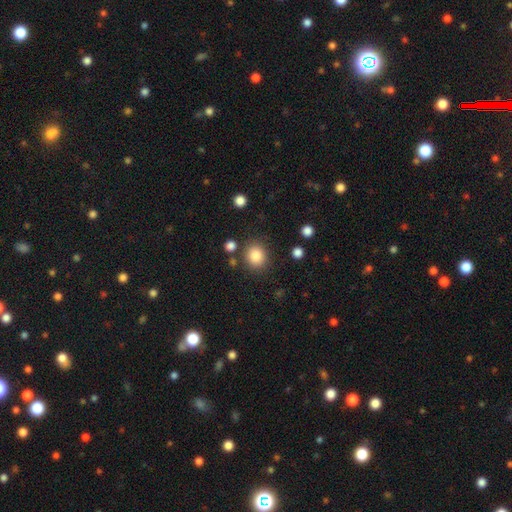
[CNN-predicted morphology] This is clearly a smooth galaxy (85%). How rounded: clearly round (82%). Merging: clearly none (84%).